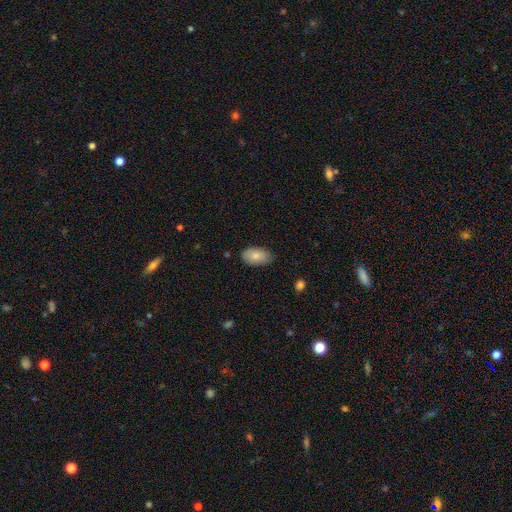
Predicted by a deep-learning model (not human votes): Smooth or featured?
  - smooth: 82% *
  - featured or disk: 12%
  - star or artifact: 6%
How rounded?
  - in between: 94% *
  - round: 5%
  - cigar-shaped: 2%
Merging?
  - none: 77% *
  - minor disturbance: 19%
  - major disturbance: 3%
  - merger: 1%